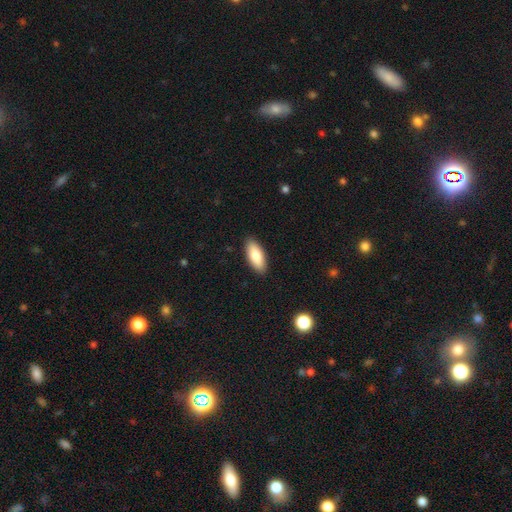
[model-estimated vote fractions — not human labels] A smooth galaxy with no disk features (83%) that is in between round and cigar-shaped (82%).

Vote fractions:
- Smooth or featured? smooth: 83% / featured or disk: 12% / star or artifact: 6%
- How rounded? in between: 82% / cigar-shaped: 16% / round: 2%
- Merging? none: 89% / minor disturbance: 8% / major disturbance: 2% / merger: 1%